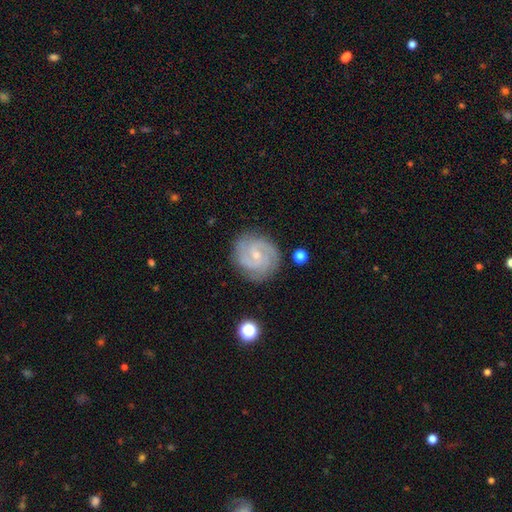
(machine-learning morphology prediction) Smooth or featured? Predicted: featured or disk (p=0.84). Edge-on disk? Predicted: no (p=0.98). Bar? Predicted: no (p=0.51). Spiral arms? Predicted: yes (p=0.97). Spiral winding? Predicted: tight (p=0.54). Spiral arm count? Predicted: 2 (p=0.40). Bulge size? Predicted: small (p=0.74). Merging? Predicted: none (p=0.82).